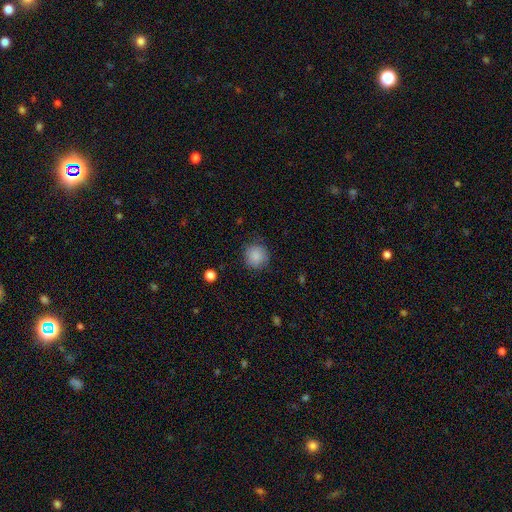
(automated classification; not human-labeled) smooth 87%, star or artifact 9%, featured or disk 4%. Down the decision tree: how rounded — round (90%); merging — none (83%).